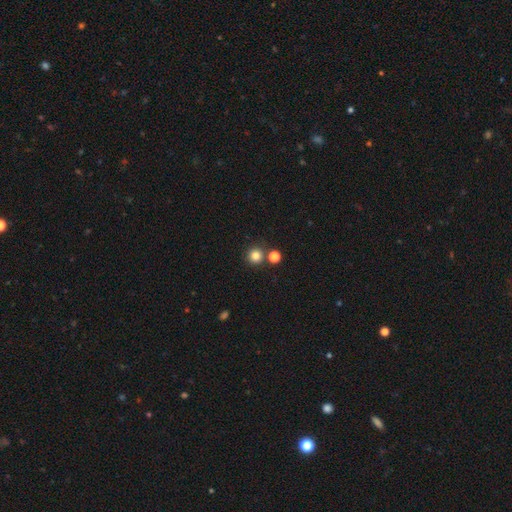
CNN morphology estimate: Smooth or featured: smooth — 82% (star or artifact — 13%)
How rounded: round — 94% (in between — 5%)
Merging: none — 80% (merger — 11%)